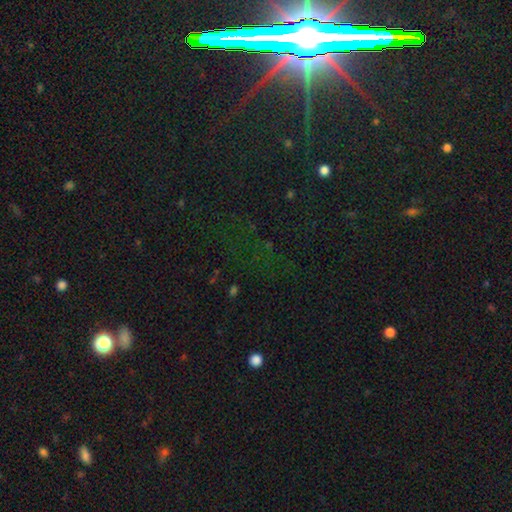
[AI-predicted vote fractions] A star or artifact, not a galaxy (80%).